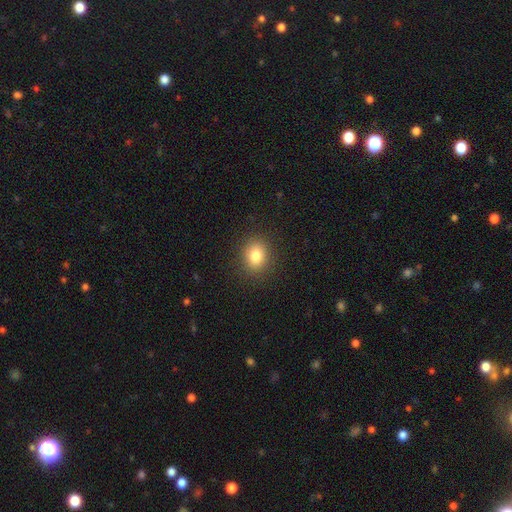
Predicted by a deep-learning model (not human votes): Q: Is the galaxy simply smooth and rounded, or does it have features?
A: smooth — 82%.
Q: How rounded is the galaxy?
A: round — 59%.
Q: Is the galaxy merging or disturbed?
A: none — 89%.